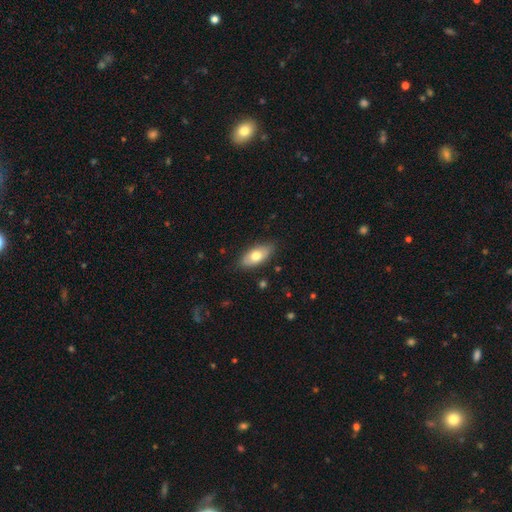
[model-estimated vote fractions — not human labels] Smooth or featured?
  - smooth: 70% *
  - featured or disk: 24%
  - star or artifact: 6%
How rounded?
  - in between: 90% *
  - cigar-shaped: 7%
  - round: 3%
Merging?
  - none: 84% *
  - minor disturbance: 13%
  - major disturbance: 2%
  - merger: 1%